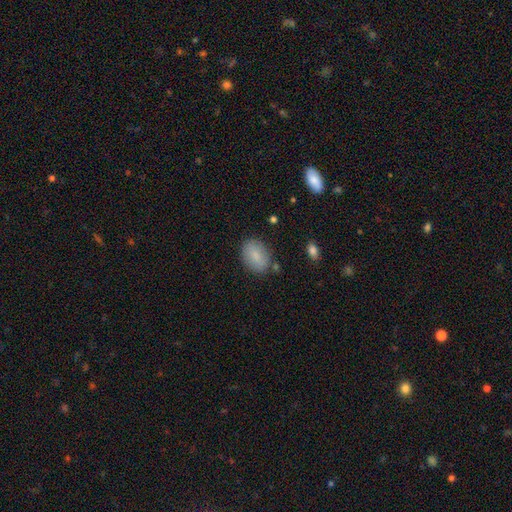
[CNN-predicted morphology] smooth-or-featured: smooth: 84% | featured or disk: 9% | star or artifact: 7%
  how-rounded: in between: 80% | round: 19% | cigar-shaped: 2%
  merging: none: 81% | minor disturbance: 13% | major disturbance: 3% | merger: 3%